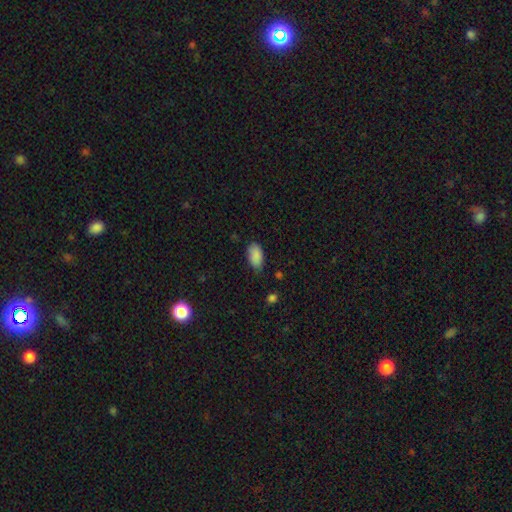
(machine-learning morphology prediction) Q: Smooth or featured?
A: smooth (88%); runner-up: star or artifact (8%)
Q: How rounded?
A: in between (93%); runner-up: round (4%)
Q: Merging?
A: none (73%); runner-up: minor disturbance (22%)